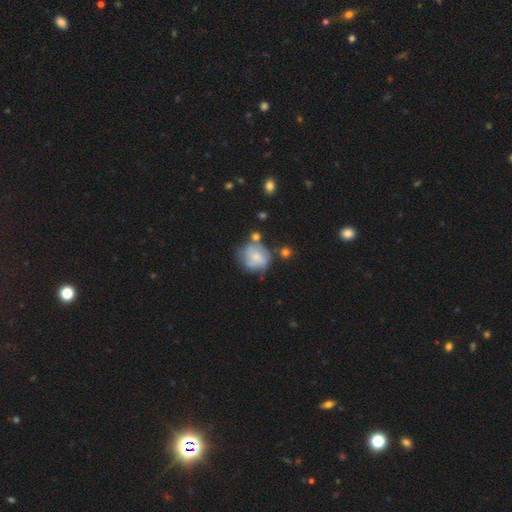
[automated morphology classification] smooth-or-featured: smooth: 55% | featured or disk: 37% | star or artifact: 8%
  how-rounded: round: 78% | in between: 21% | cigar-shaped: 1%
  merging: none: 48% | minor disturbance: 26% | merger: 13% | major disturbance: 12%